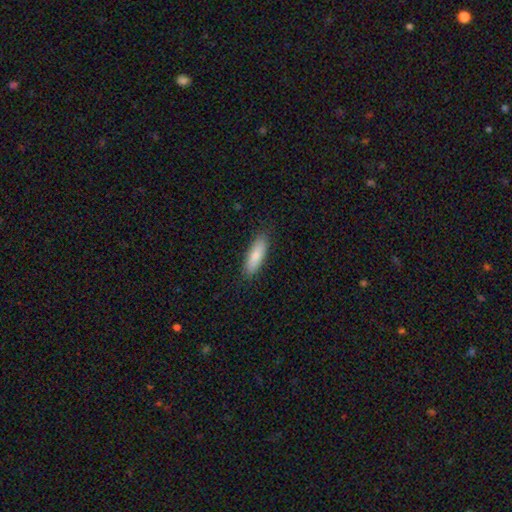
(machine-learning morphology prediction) This appears to be a smooth galaxy with no disk features (83%) that is in between round and cigar-shaped (54%). Merging: none (86%).